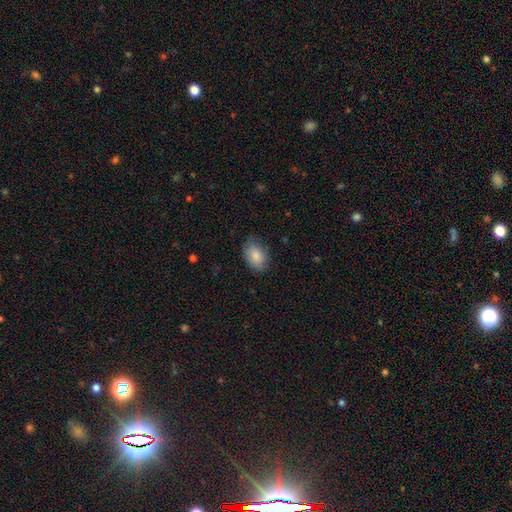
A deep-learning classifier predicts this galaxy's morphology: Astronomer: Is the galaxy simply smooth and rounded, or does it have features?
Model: smooth — 85%.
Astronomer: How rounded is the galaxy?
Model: in between — 84%.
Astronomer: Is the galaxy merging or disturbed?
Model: none — 75%.